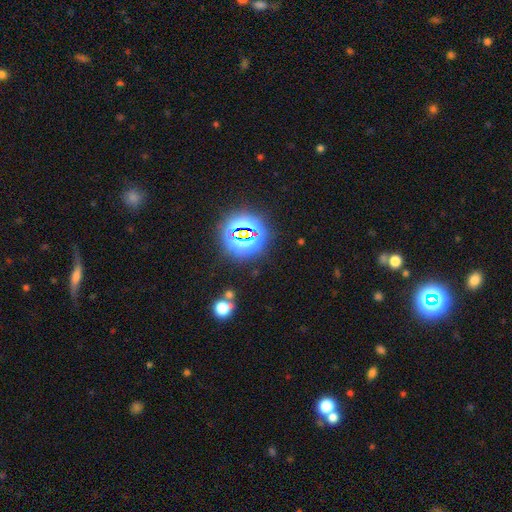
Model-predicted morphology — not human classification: Smooth or featured: star or artifact — 76% (smooth — 16%)